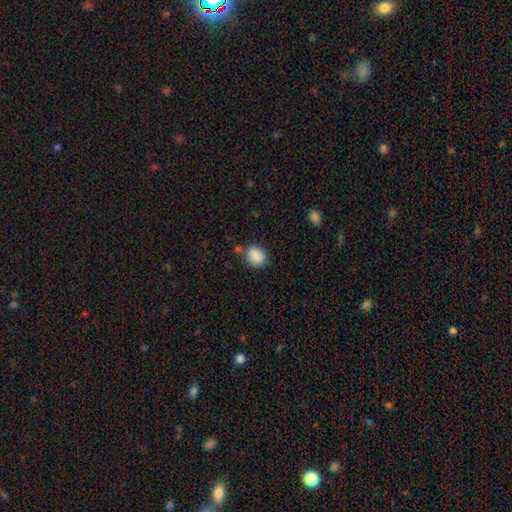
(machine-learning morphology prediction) Smooth or featured? smooth (88%)
How rounded? round (69%)
Merging? none (77%)